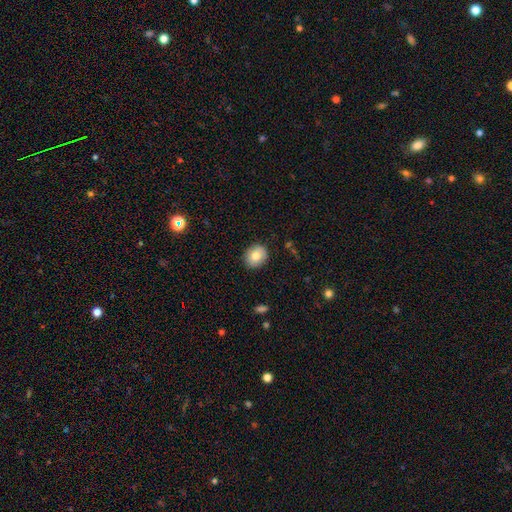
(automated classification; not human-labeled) The model was most divided on "how rounded": round: 62%, in between: 37%, cigar-shaped: 1%. More confident: merging — none (89%); smooth or featured — smooth (81%).